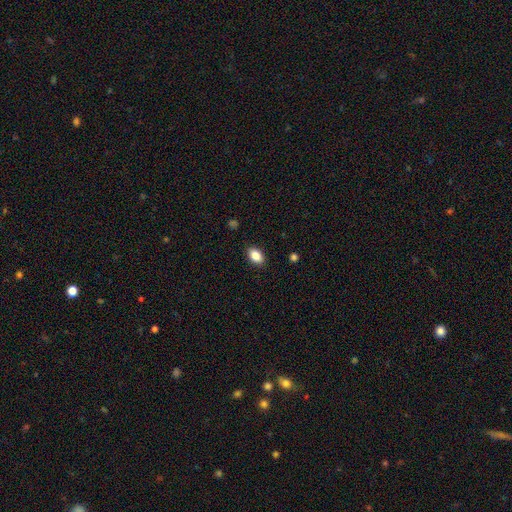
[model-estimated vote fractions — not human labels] A smooth galaxy with no disk features (86%) that is in between round and cigar-shaped (87%). Merging: none (88%).